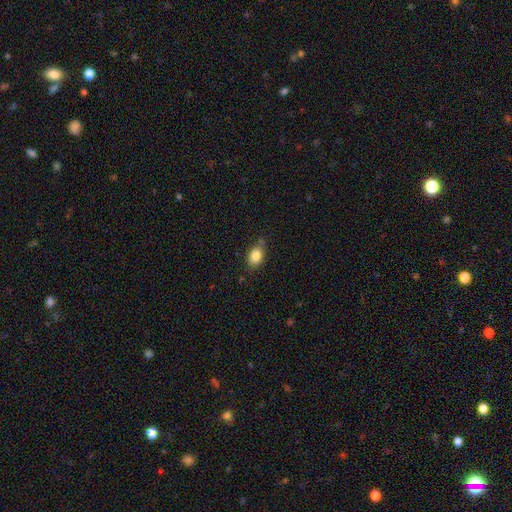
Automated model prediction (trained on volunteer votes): The model was most divided on "merging": none: 71%, minor disturbance: 22%, major disturbance: 4%, merger: 3%. More confident: smooth or featured — smooth (84%); how rounded — in between (79%).